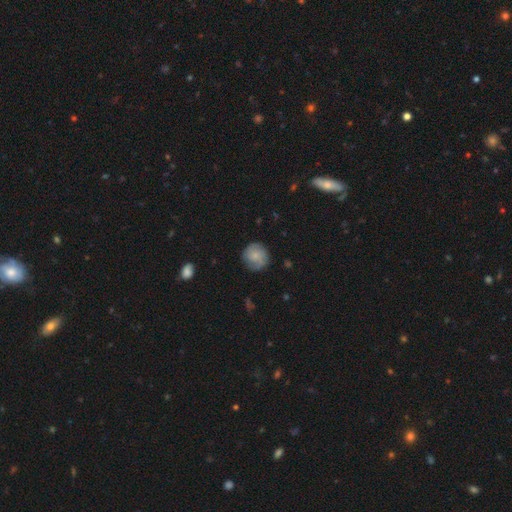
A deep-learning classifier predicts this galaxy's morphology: A smooth galaxy with no disk features (65%) that is round (91%). Merging: none (77%).